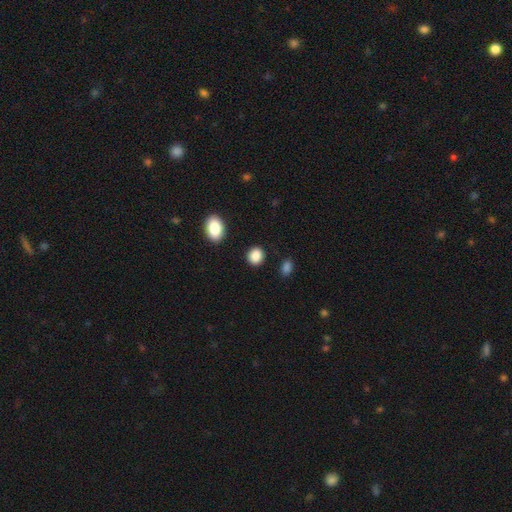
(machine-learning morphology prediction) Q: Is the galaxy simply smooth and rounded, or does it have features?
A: smooth — 89%.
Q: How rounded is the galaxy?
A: round — 68%.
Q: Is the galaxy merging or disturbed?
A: none — 88%.